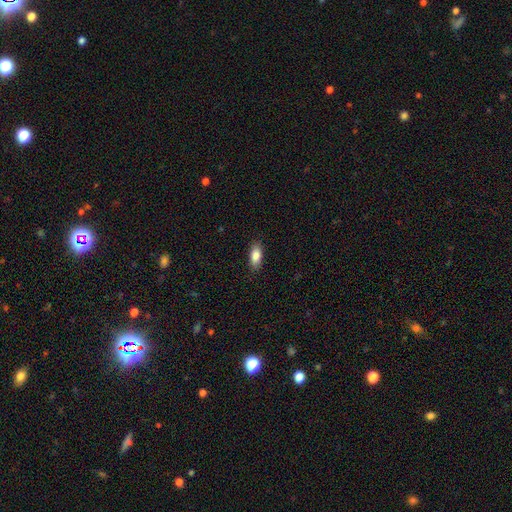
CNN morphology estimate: smooth_or_featured: smooth (p=0.84) [alt: featured or disk p=0.09]
how_rounded: in between (p=0.85) [alt: cigar-shaped p=0.12]
merging: none (p=0.87) [alt: minor disturbance p=0.10]